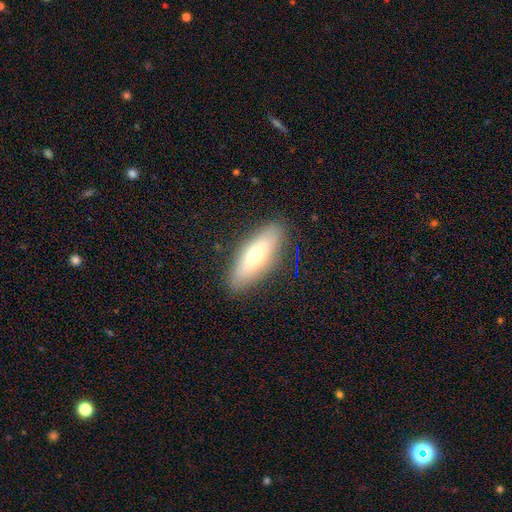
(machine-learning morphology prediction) Smooth or featured? smooth (59%)
How rounded? in between (58%)
Merging? none (88%)